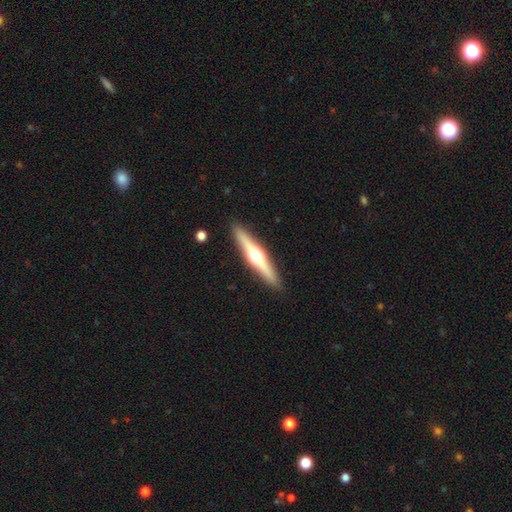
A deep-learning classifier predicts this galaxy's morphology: The model was most divided on "smooth or featured": featured or disk: 68%, smooth: 27%, star or artifact: 5%. More confident: edge-on disk — yes (97%); edge-on bulge — rounded (94%); merging — none (91%).